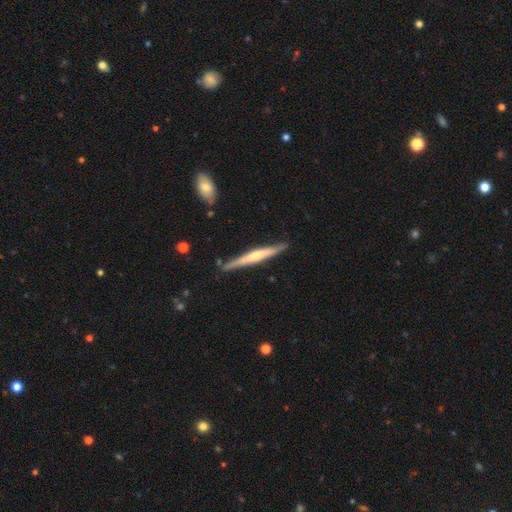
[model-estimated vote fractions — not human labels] Overall: featured or disk (57%; smooth 38%). Edge-on disk: yes (96%). Edge-on bulge: rounded (45%; none 34%). Merging: none (85%).